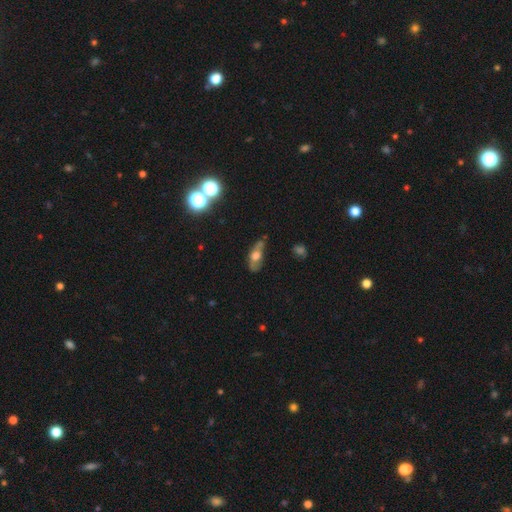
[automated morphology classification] Overall: smooth (46%; featured or disk 42%). Merging: none (45%; minor disturbance 31%).